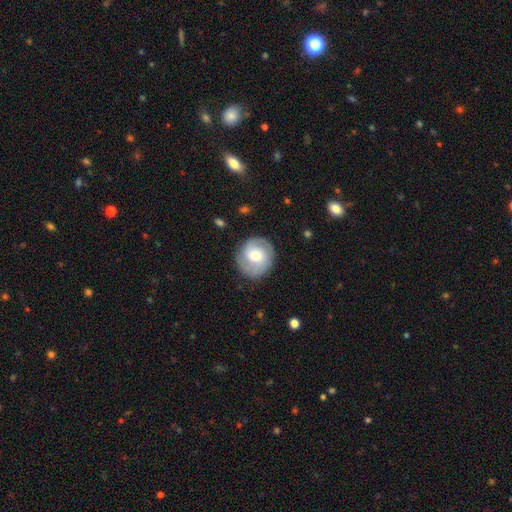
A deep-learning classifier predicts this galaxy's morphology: Smooth or featured? featured or disk (59%)
Edge-on disk? no (97%)
Bar? no (58%)
Spiral arms? yes (83%)
Bulge size? moderate (61%)
Merging? none (84%)